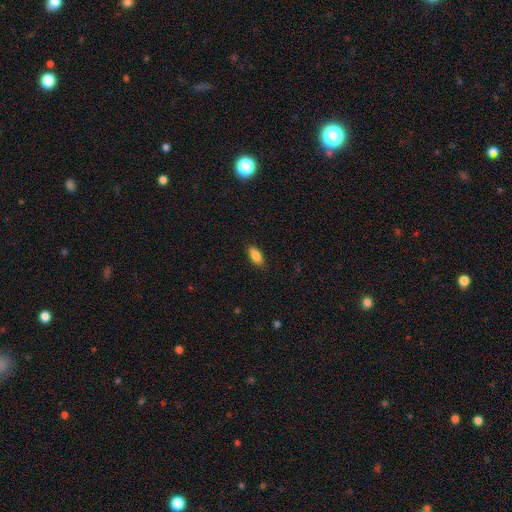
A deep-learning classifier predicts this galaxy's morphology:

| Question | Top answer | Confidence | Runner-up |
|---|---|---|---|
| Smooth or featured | smooth | 86% | star or artifact (7%) |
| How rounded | in between | 86% | cigar-shaped (11%) |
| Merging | none | 85% | minor disturbance (11%) |